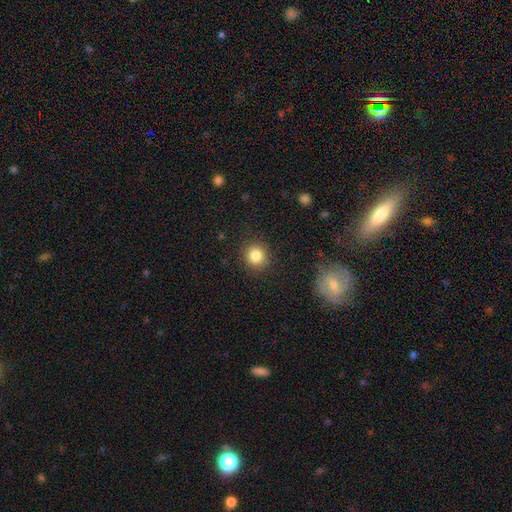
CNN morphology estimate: Smooth or featured: smooth — 83% (star or artifact — 11%)
How rounded: round — 88% (in between — 11%)
Merging: none — 89% (minor disturbance — 7%)